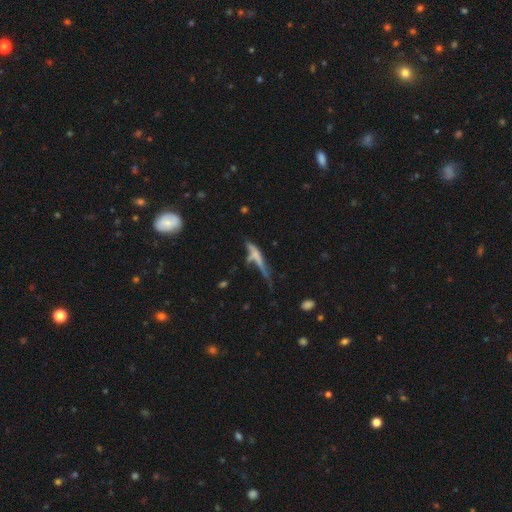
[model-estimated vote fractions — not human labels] Overall: featured or disk (44%, tied with smooth). Merging: none (39%; minor disturbance 21%).